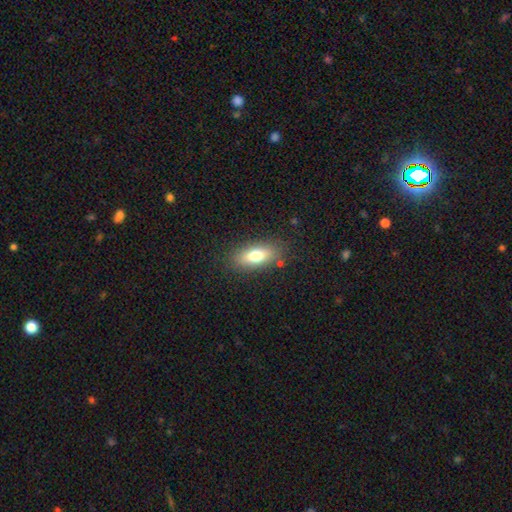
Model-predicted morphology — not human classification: smooth_or_featured: smooth (p=0.73) [alt: featured or disk p=0.19]
how_rounded: in between (p=0.80) [alt: cigar-shaped p=0.15]
merging: none (p=0.84) [alt: minor disturbance p=0.11]